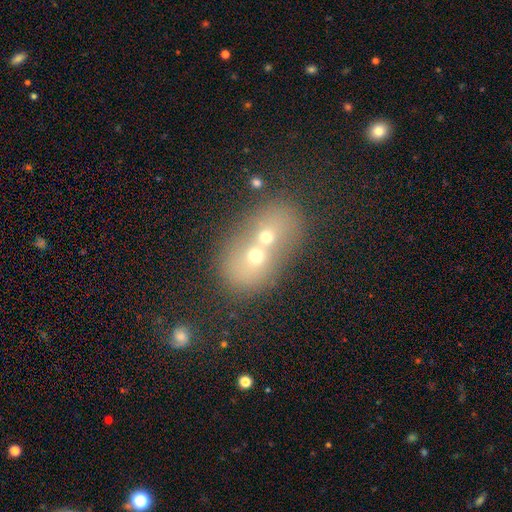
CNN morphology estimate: This appears to be a smooth galaxy with no disk features (54%) that is in between round and cigar-shaped (50%). Merging: merger (75%).